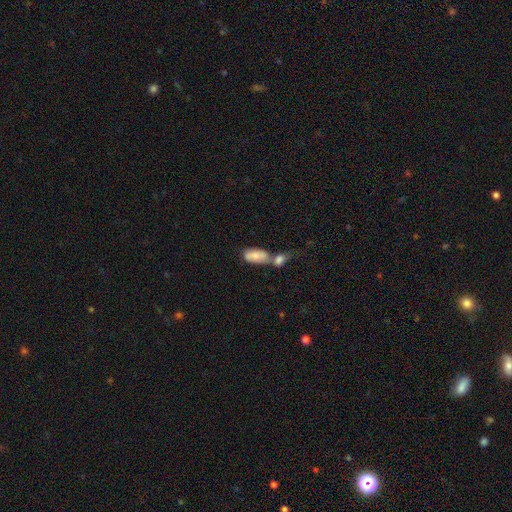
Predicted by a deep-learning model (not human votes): smooth 74%, featured or disk 19%, star or artifact 7%. Down the decision tree: how rounded — in between (89%); merging — merger (65%).